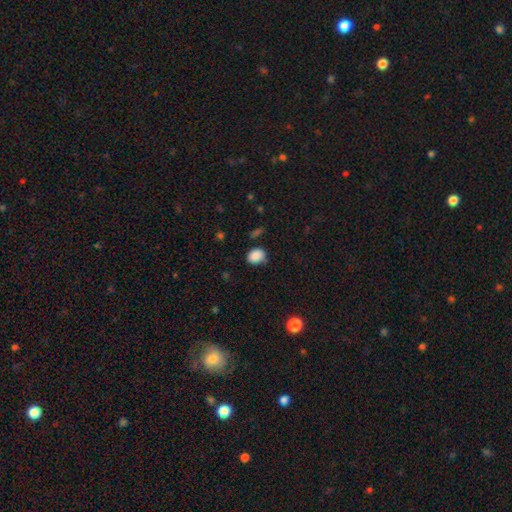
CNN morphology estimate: Smooth or featured? Predicted: smooth (p=0.87). How rounded? Predicted: in between (p=0.52). Merging? Predicted: none (p=0.72).